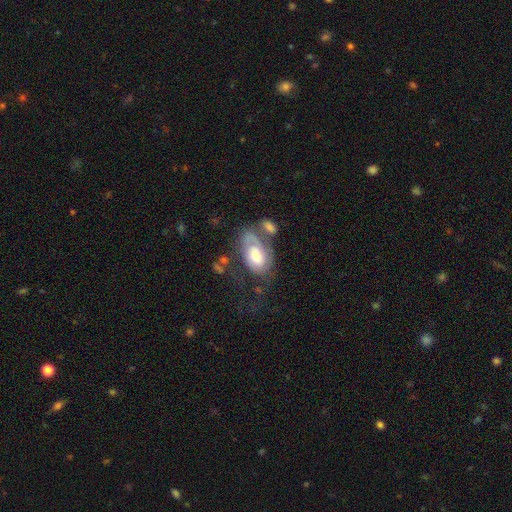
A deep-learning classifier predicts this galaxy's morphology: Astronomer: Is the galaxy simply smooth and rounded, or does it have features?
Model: featured or disk — 52% (runner-up: smooth, 41%).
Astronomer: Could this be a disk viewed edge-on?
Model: no — 94%.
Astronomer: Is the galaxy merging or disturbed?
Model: none — 30%, tied with major disturbance at 30%.